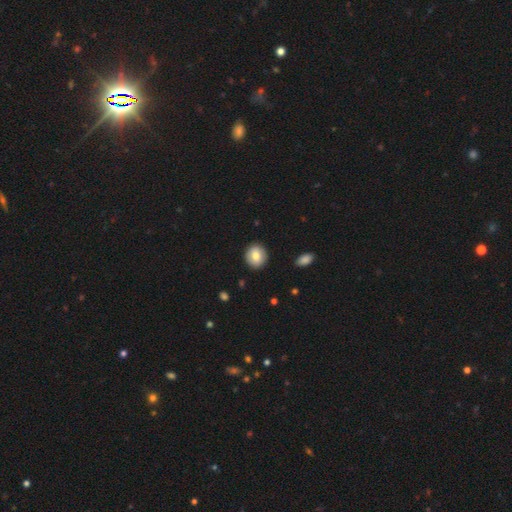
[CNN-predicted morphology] smooth_or_featured: smooth (p=0.77) [alt: featured or disk p=0.15]
how_rounded: round (p=0.80) [alt: in between p=0.19]
merging: none (p=0.90) [alt: minor disturbance p=0.07]